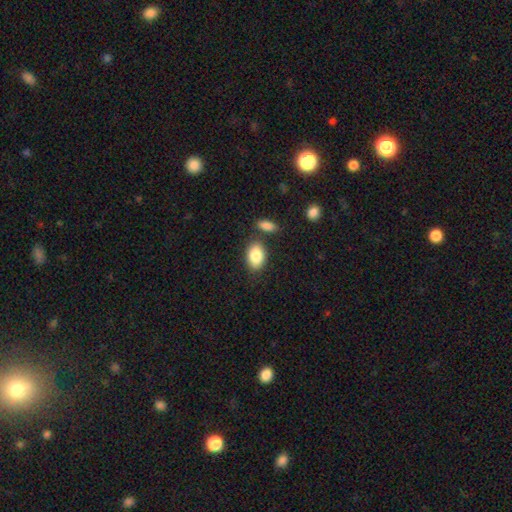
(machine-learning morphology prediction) Overall: smooth (87%). How rounded: in between (88%). Merging: none (72%).